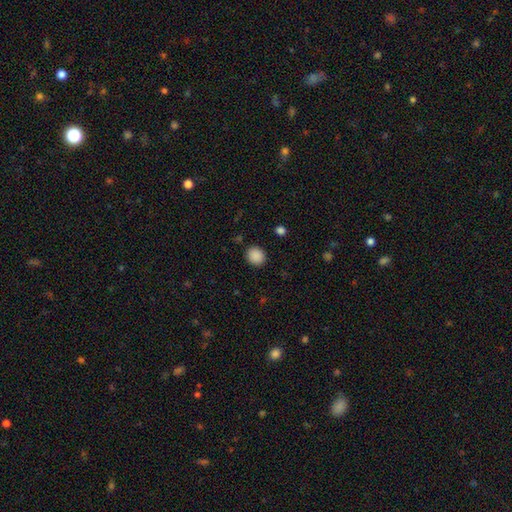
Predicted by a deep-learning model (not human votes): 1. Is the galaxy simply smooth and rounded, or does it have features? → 88% smooth, 9% star or artifact, 3% featured or disk.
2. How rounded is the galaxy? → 71% round, 28% in between, 1% cigar-shaped.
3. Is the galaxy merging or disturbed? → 88% none, 8% minor disturbance, 3% major disturbance, 1% merger.